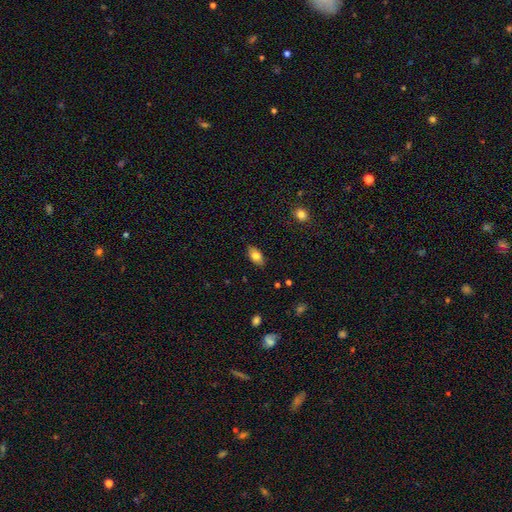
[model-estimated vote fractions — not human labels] Overall: smooth (80%). How rounded: in between (91%). Merging: none (86%).